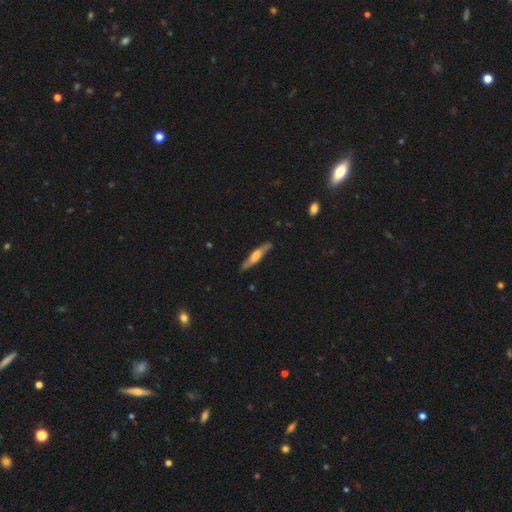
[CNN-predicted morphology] featured or disk 52%, smooth 43%, star or artifact 5%. Down the decision tree: edge-on disk — yes (88%); merging — none (84%).